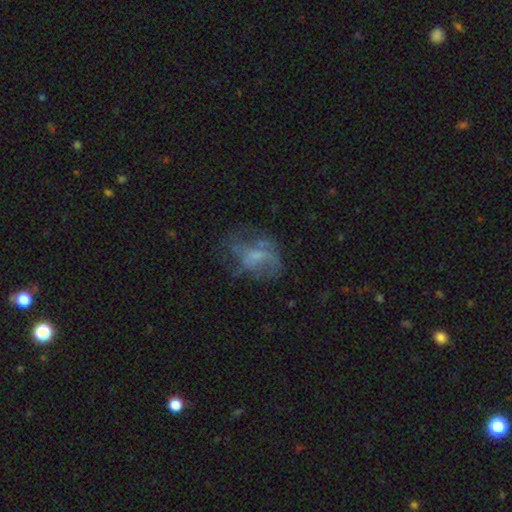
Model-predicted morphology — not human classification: featured or disk 51%, smooth 35%, star or artifact 14%. Down the decision tree: edge-on disk — no (97%); merging — none (42%).